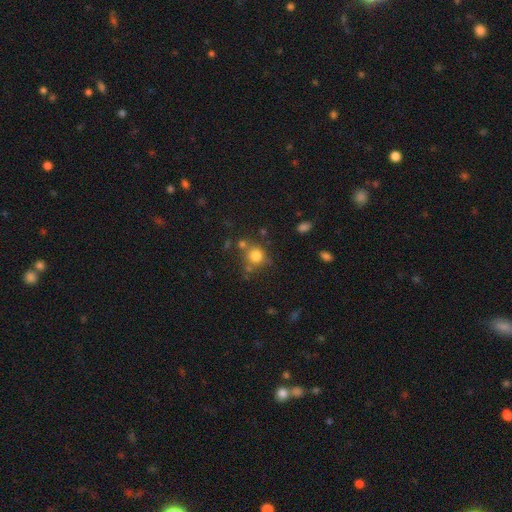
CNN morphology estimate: Smooth or featured: smooth — 79% (star or artifact — 13%)
How rounded: round — 89% (in between — 10%)
Merging: none — 67% (merger — 14%)